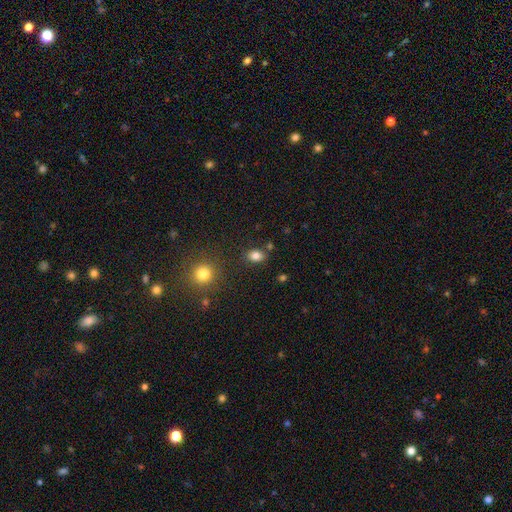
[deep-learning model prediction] Morphology: type=smooth (81%); roundness=in between (74%); merging=none (80%).